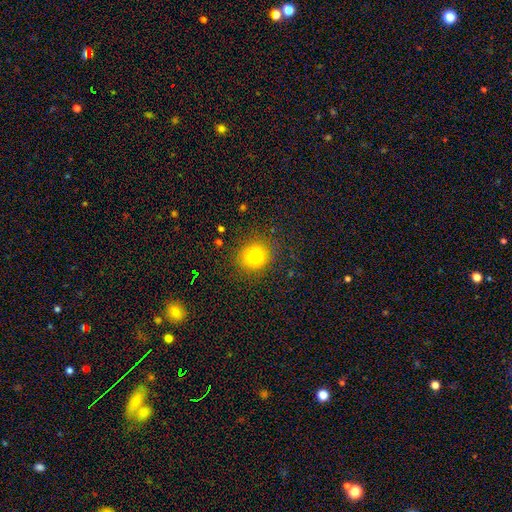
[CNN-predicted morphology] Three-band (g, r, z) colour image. It shows a smooth galaxy with no disk features (80%) that is round (73%). Merging: none (86%).